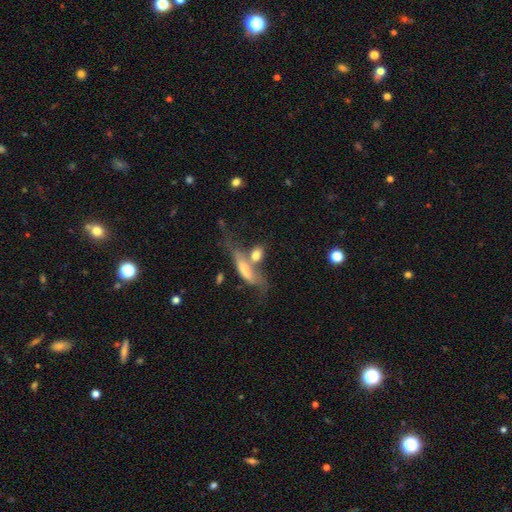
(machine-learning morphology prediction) The model was most divided on "merging": merger: 42%, none: 30%, minor disturbance: 14%, major disturbance: 13%. More confident: smooth or featured — smooth (70%); how rounded — in between (55%).